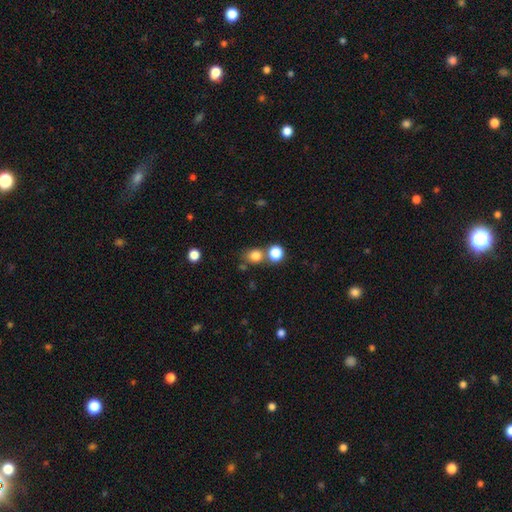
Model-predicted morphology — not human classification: Smooth or featured? smooth (81%)
How rounded? round (72%)
Merging? none (62%)